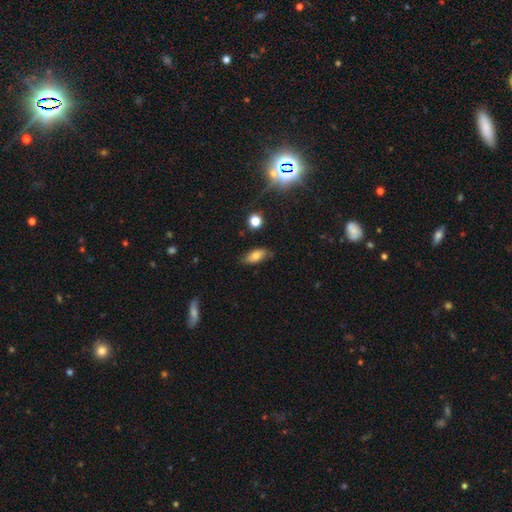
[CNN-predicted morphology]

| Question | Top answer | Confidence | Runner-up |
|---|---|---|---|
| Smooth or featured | smooth | 72% | featured or disk (18%) |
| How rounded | in between | 84% | cigar-shaped (12%) |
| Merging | none | 73% | minor disturbance (21%) |